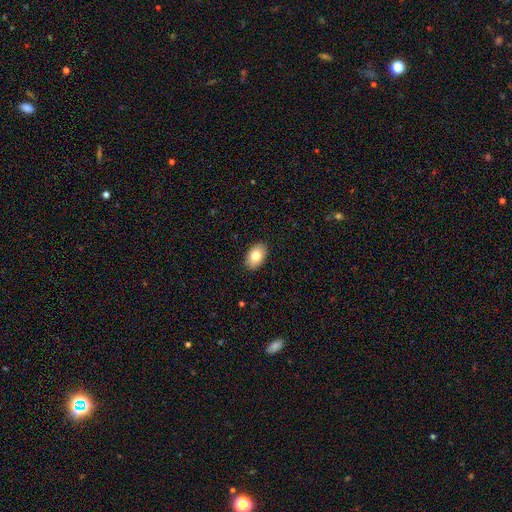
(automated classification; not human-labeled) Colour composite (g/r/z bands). It shows a smooth galaxy with no disk features (80%) that is in between round and cigar-shaped (91%). Merging: none (90%).